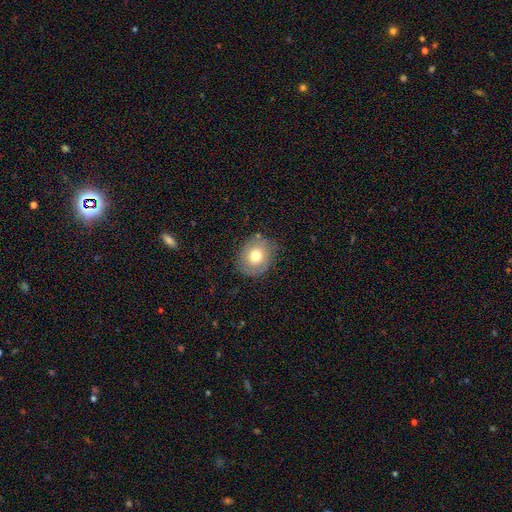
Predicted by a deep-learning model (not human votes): The model was most divided on "how rounded": round: 67%, in between: 32%, cigar-shaped: 1%. More confident: merging — none (78%); smooth or featured — smooth (68%).